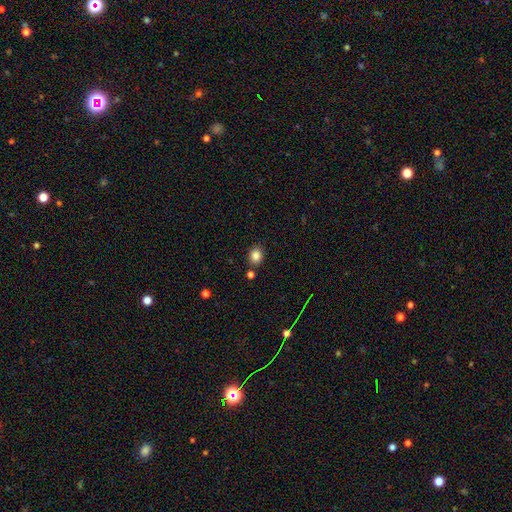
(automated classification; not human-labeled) Smooth or featured: smooth — 84% (star or artifact — 11%)
How rounded: round — 56% (in between — 43%)
Merging: none — 83% (minor disturbance — 9%)